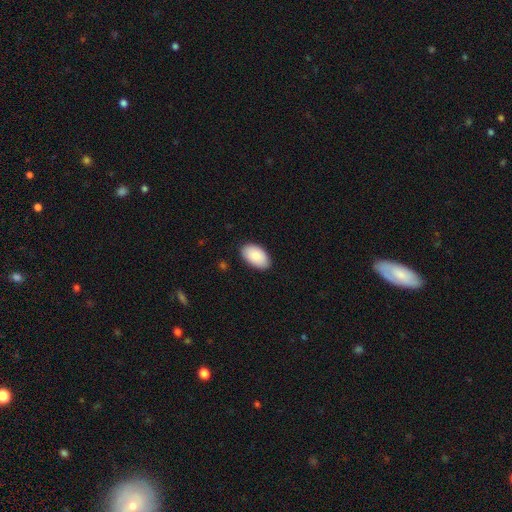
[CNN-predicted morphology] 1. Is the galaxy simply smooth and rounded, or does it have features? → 88% smooth, 6% featured or disk, 6% star or artifact.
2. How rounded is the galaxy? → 96% in between, 3% round, 1% cigar-shaped.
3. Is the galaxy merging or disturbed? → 87% none, 10% minor disturbance, 2% major disturbance, 1% merger.